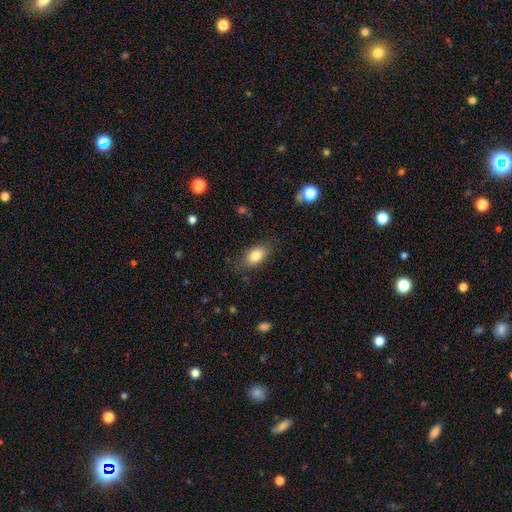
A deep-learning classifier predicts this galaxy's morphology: A smooth galaxy with no disk features (82%) that is in between round and cigar-shaped (89%). Merging: none (81%).